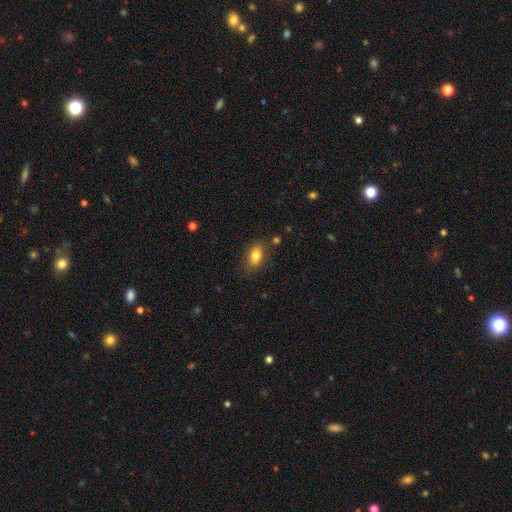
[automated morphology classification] type=smooth (80%); roundness=in between (86%); merging=none (80%).